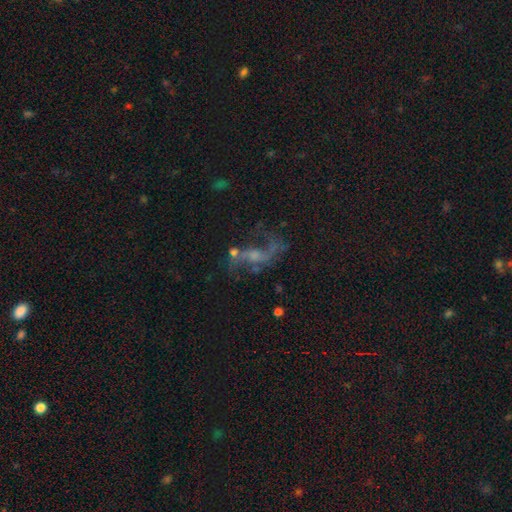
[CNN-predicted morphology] Smooth or featured: featured or disk — 75% (star or artifact — 13%)
Edge-on disk: no — 95% (yes — 5%)
Bar: no — 49% (weak — 38%)
Spiral arms: yes — 82% (no — 18%)
Spiral winding: loose — 83% (medium — 14%)
Spiral arm count: 2 — 80% (1 — 10%)
Bulge size: small — 43% (none — 26%)
Merging: none — 46% (major disturbance — 27%)